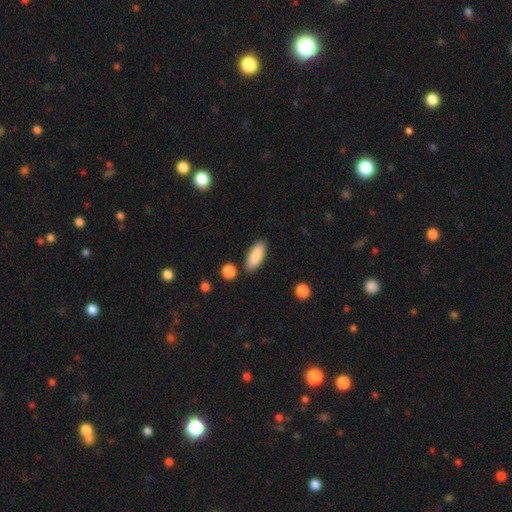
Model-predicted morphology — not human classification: The model was most divided on "how rounded": in between: 79%, cigar-shaped: 19%, round: 2%. More confident: smooth or featured — smooth (87%); merging — none (85%).